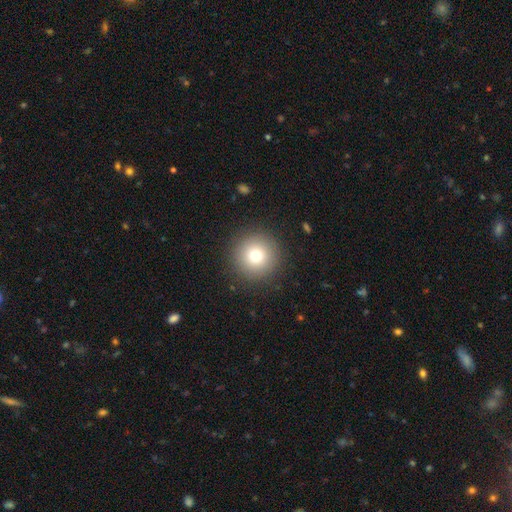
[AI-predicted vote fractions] Morphology: type=smooth (75%); roundness=round (97%); merging=none (91%).